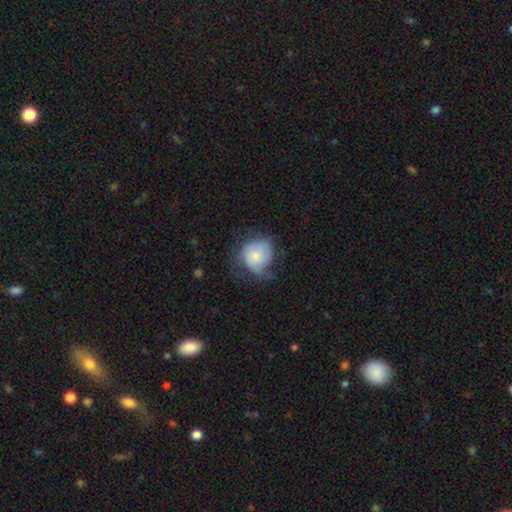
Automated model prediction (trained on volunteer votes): Overall: smooth (59%; featured or disk 34%). How rounded: round (72%). Merging: minor disturbance (36%, tied with none).